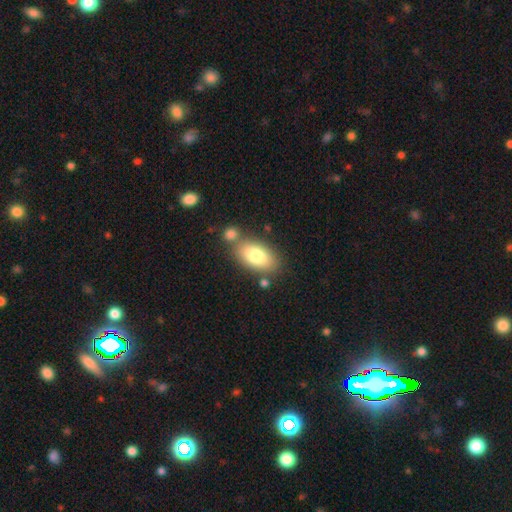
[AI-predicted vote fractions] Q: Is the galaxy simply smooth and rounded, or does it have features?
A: smooth — 79%.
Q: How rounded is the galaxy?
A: in between — 92%.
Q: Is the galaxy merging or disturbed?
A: none — 66%.